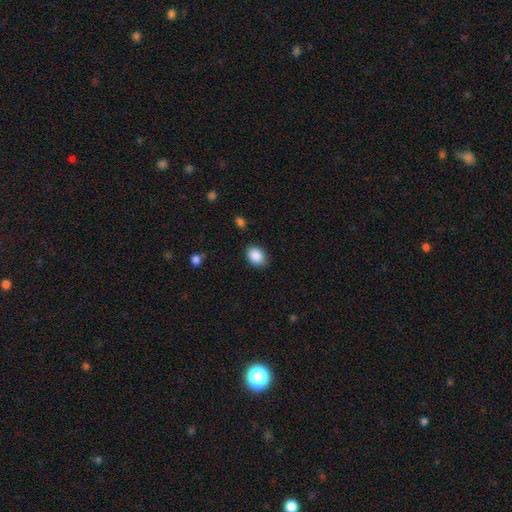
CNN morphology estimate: A smooth galaxy with no disk features (89%) that is in between round and cigar-shaped (68%).

Vote fractions:
- Smooth or featured? smooth: 89% / star or artifact: 8% / featured or disk: 3%
- How rounded? in between: 68% / round: 31% / cigar-shaped: 1%
- Merging? none: 86% / minor disturbance: 10% / major disturbance: 3% / merger: 1%